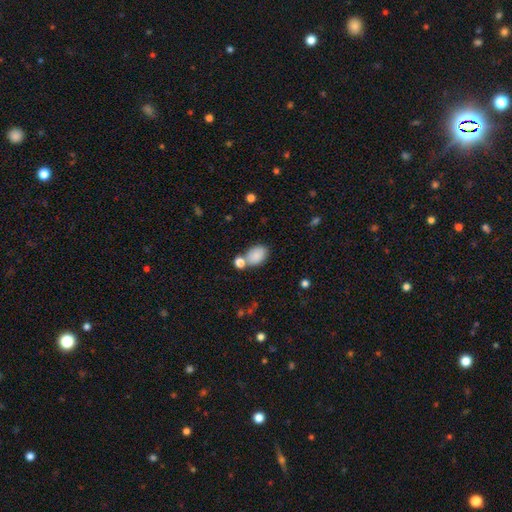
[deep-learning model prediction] smooth-or-featured: smooth: 86% | star or artifact: 8% | featured or disk: 6%
  how-rounded: in between: 86% | round: 13% | cigar-shaped: 1%
  merging: none: 59% | merger: 24% | minor disturbance: 13% | major disturbance: 5%